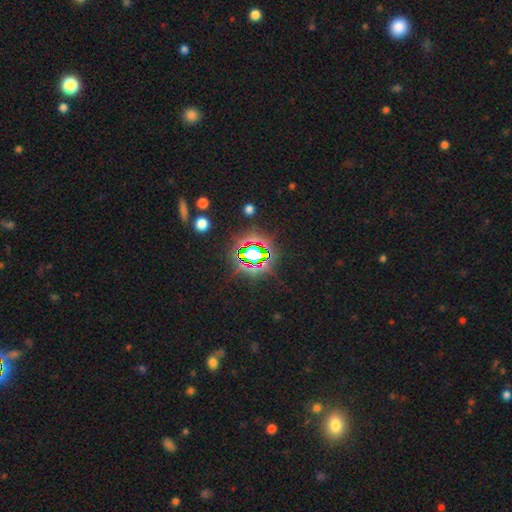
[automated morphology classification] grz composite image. It shows a star or artifact, not a galaxy (74%).